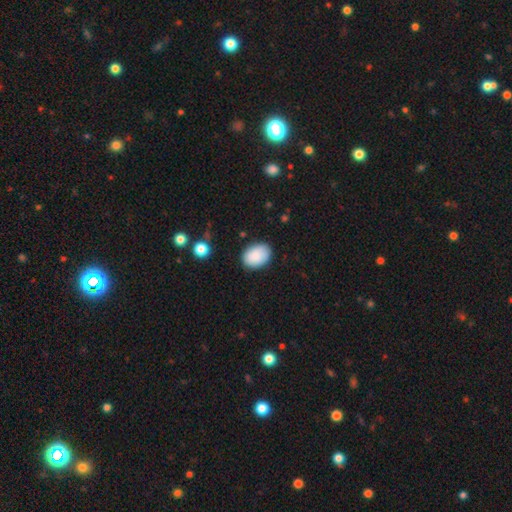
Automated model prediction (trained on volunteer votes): This appears to be a smooth galaxy with no disk features (89%) that is in between round and cigar-shaped (78%). Merging: none (84%).